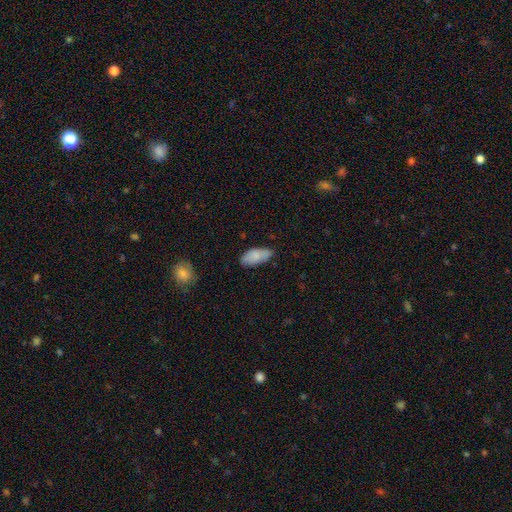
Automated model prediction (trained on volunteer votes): Overall: smooth (82%). How rounded: in between (90%). Merging: none (71%).